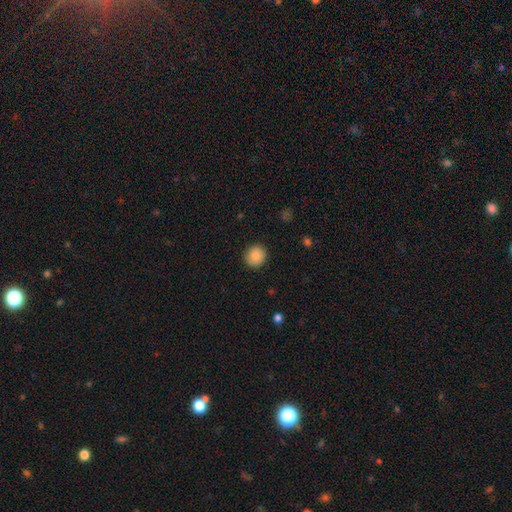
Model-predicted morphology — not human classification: The model was most divided on "how rounded": round: 88%, in between: 12%, cigar-shaped: 1%. More confident: merging — none (91%); smooth or featured — smooth (87%).